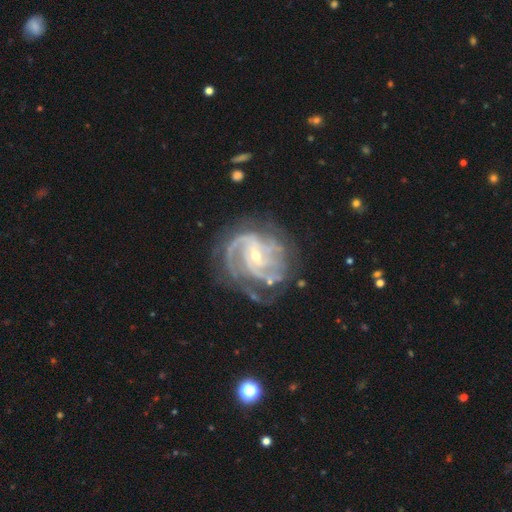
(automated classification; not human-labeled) The model was most divided on "bar": weak: 45%, no: 40%, strong: 15%. Remaining: edge-on disk — no (98%); spiral arms — yes (97%); smooth or featured — featured or disk (91%); bulge size — small (65%); merging — none (59%); spiral winding — tight (51%); spiral arm count — 2 (31%).